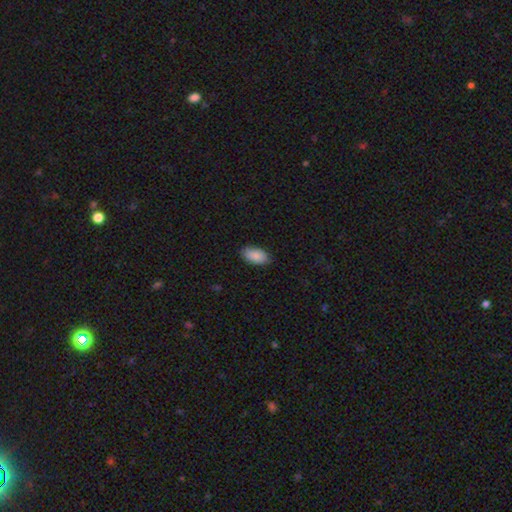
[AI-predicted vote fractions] Overall: smooth (89%). How rounded: in between (95%). Merging: none (86%).